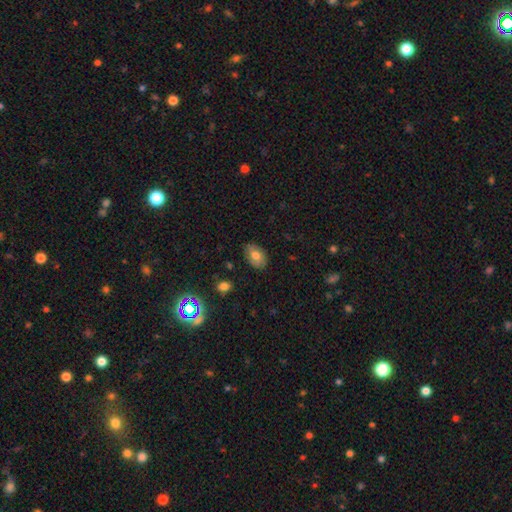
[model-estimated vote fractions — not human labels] smooth_or_featured: smooth (p=0.71) [alt: featured or disk p=0.20]
how_rounded: in between (p=0.87) [alt: round p=0.12]
merging: none (p=0.81) [alt: minor disturbance p=0.15]